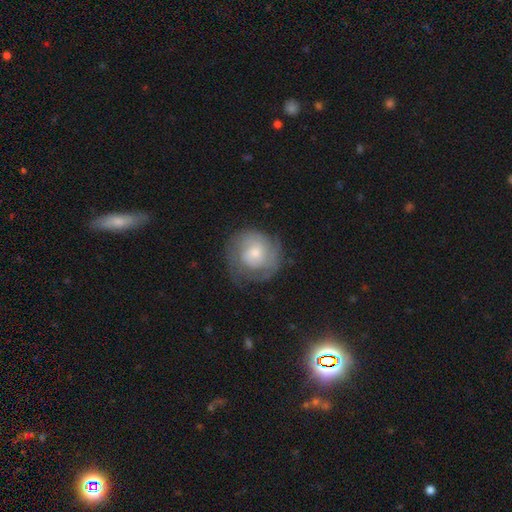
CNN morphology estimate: A featured or disk galaxy (59%) with no bar (70%), spiral arms (82%) and a moderate central bulge (49%). Merging: none (72%).